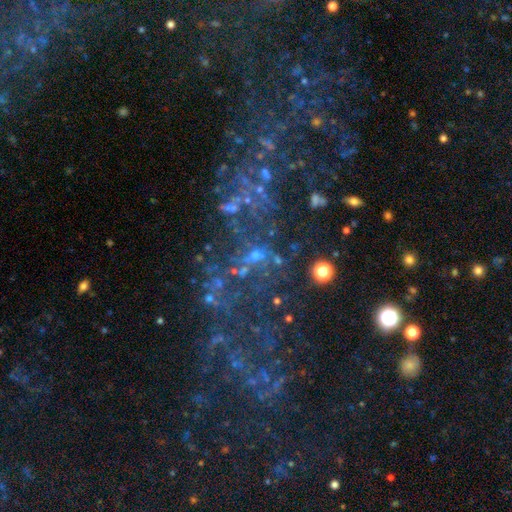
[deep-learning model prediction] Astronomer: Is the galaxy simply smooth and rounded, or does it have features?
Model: featured or disk — 43% (runner-up: star or artifact, 36%).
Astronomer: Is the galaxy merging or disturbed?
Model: none — 45% (runner-up: major disturbance, 25%).